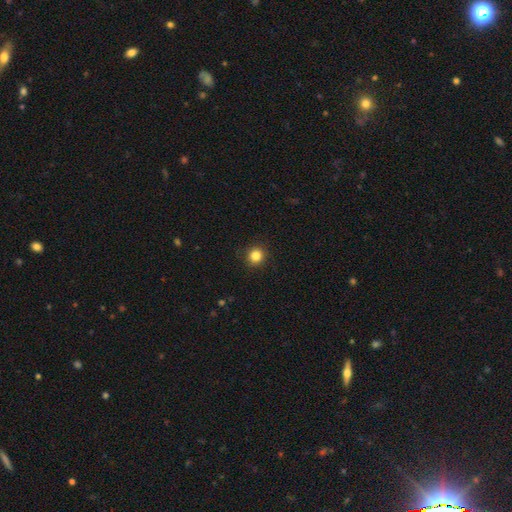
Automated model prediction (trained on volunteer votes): Smooth or featured?
  - smooth: 84% *
  - star or artifact: 11%
  - featured or disk: 4%
How rounded?
  - round: 92% *
  - in between: 7%
  - cigar-shaped: 1%
Merging?
  - none: 91% *
  - minor disturbance: 6%
  - major disturbance: 2%
  - merger: 1%